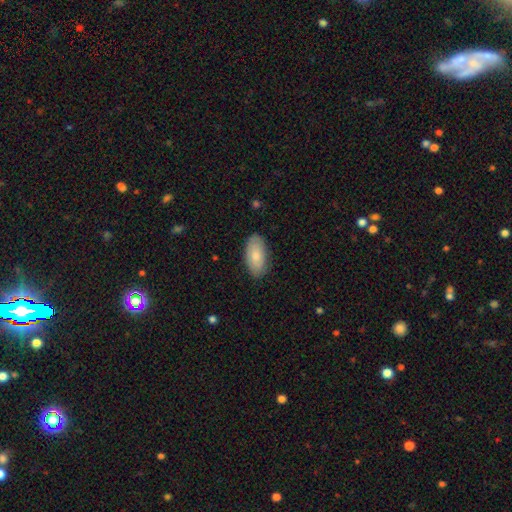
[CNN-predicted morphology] type=smooth (79%); roundness=in between (94%); merging=none (84%).